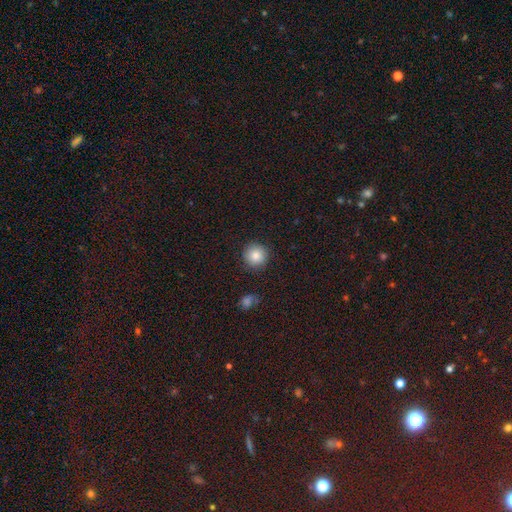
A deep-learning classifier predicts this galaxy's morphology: This appears to be a smooth galaxy with no disk features (83%) that is round (94%). Merging: none (89%).